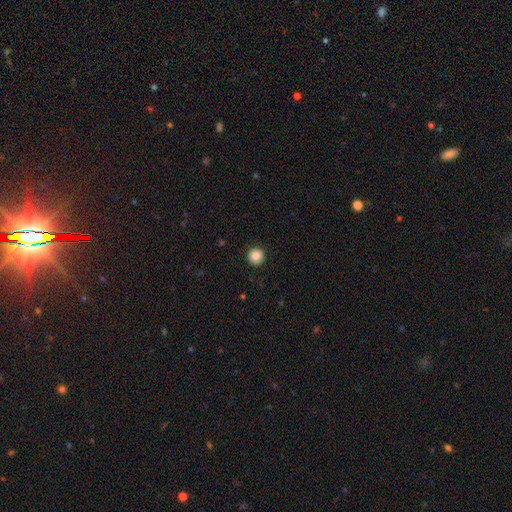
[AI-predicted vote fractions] This is clearly a smooth galaxy (87%). How rounded: clearly round (95%). Merging: clearly none (92%).